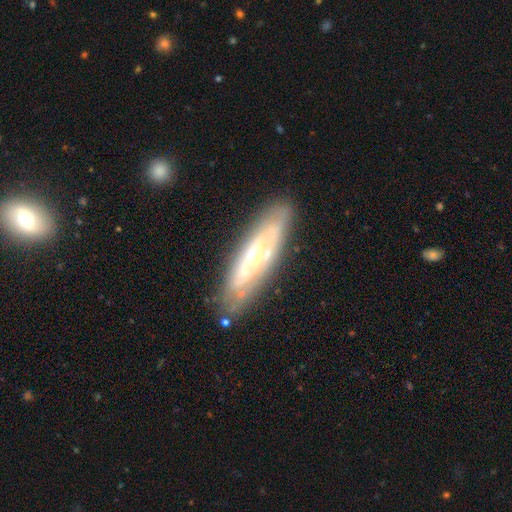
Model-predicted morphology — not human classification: Q: Smooth or featured?
A: featured or disk (72%); runner-up: smooth (22%)
Q: Edge-on disk?
A: no (68%); runner-up: yes (32%)
Q: Merging?
A: none (78%); runner-up: minor disturbance (15%)